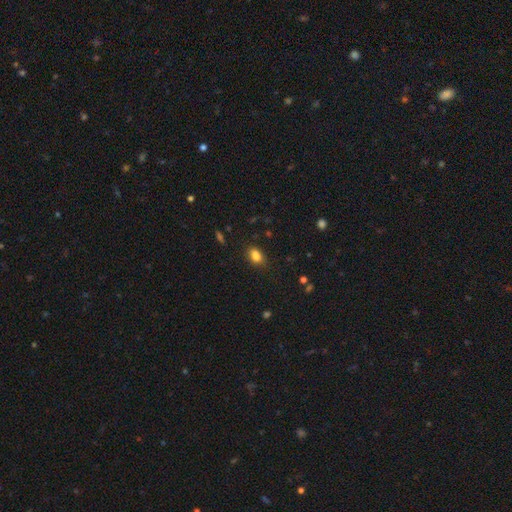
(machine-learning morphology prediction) Overall: smooth (83%). How rounded: in between (81%). Merging: none (75%).